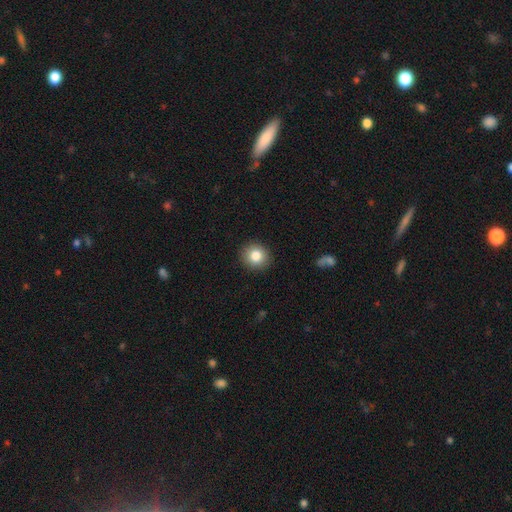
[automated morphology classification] This appears to be a smooth galaxy with no disk features (84%) that is round (89%). Merging: none (91%).